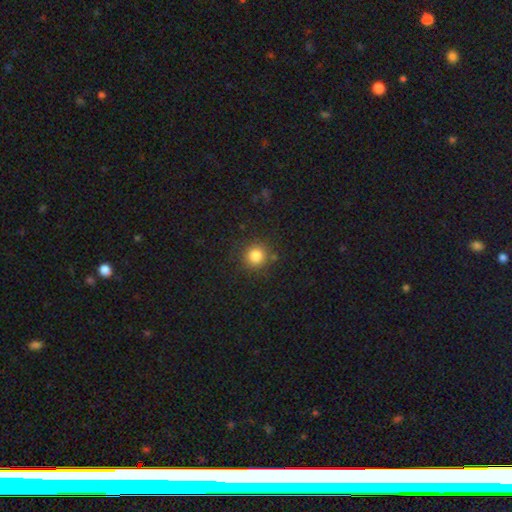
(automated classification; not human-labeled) Q: Smooth or featured?
A: smooth (83%); runner-up: star or artifact (12%)
Q: How rounded?
A: round (93%); runner-up: in between (6%)
Q: Merging?
A: none (86%); runner-up: minor disturbance (8%)